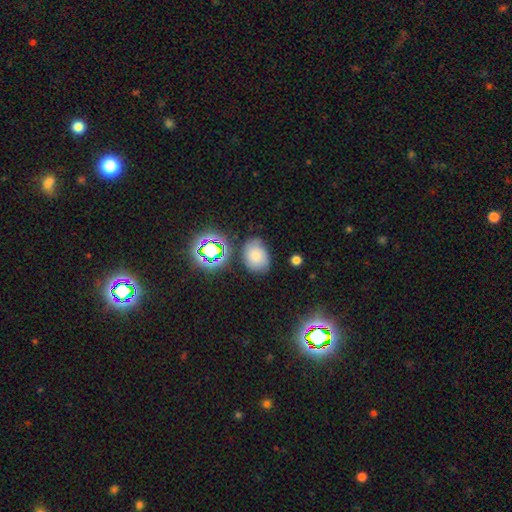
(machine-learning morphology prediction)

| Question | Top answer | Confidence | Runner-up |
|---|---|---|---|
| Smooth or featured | smooth | 65% | featured or disk (17%) |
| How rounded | in between | 71% | round (28%) |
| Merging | none | 69% | minor disturbance (20%) |